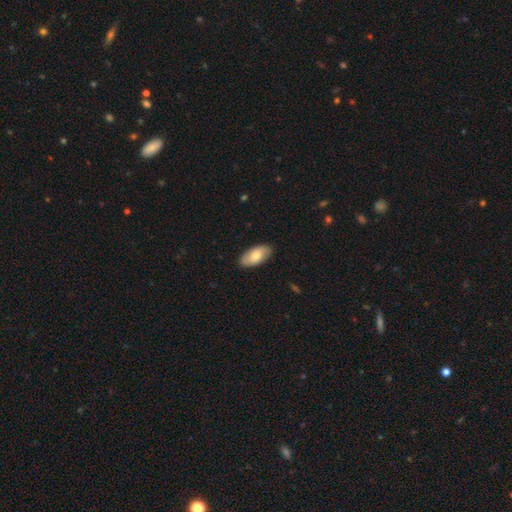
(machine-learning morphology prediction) Smooth or featured?
  - smooth: 74% *
  - featured or disk: 20%
  - star or artifact: 5%
How rounded?
  - in between: 93% *
  - cigar-shaped: 4%
  - round: 2%
Merging?
  - none: 87% *
  - minor disturbance: 10%
  - major disturbance: 2%
  - merger: 1%